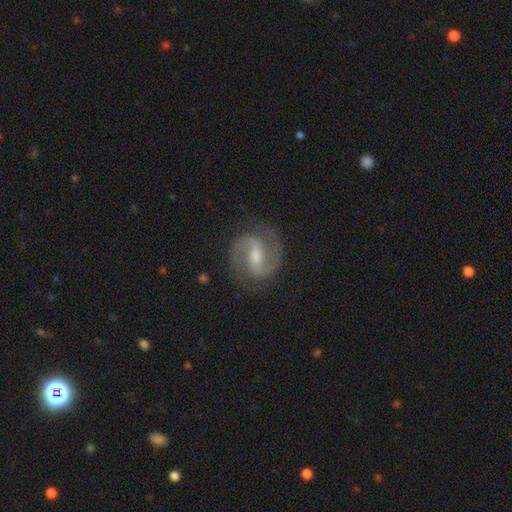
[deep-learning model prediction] Smooth or featured? featured or disk (90%)
Edge-on disk? no (97%)
Bar? strong (45%)
Spiral arms? yes (97%)
Spiral winding? medium (59%)
Spiral arm count? 2 (94%)
Bulge size? small (48%)
Merging? none (84%)